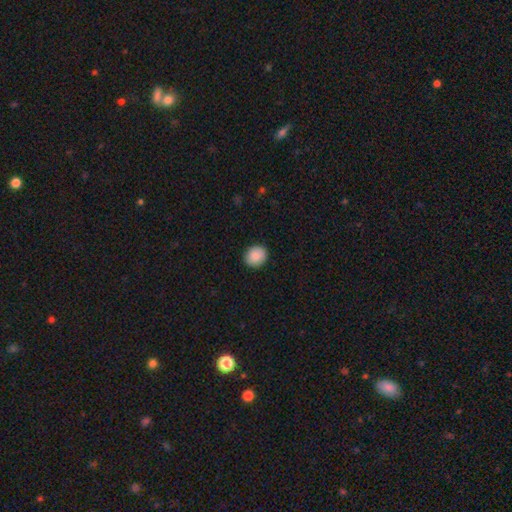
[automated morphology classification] Overall: smooth (88%). How rounded: round (79%). Merging: none (90%).